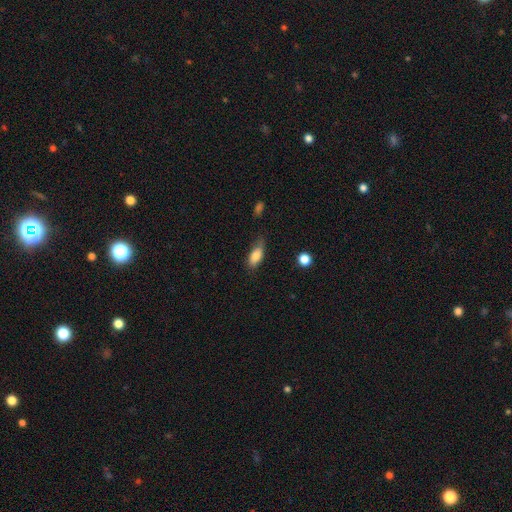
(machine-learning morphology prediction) Smooth or featured: smooth — 81% (featured or disk — 11%)
How rounded: in between — 83% (cigar-shaped — 13%)
Merging: none — 56% (minor disturbance — 33%)